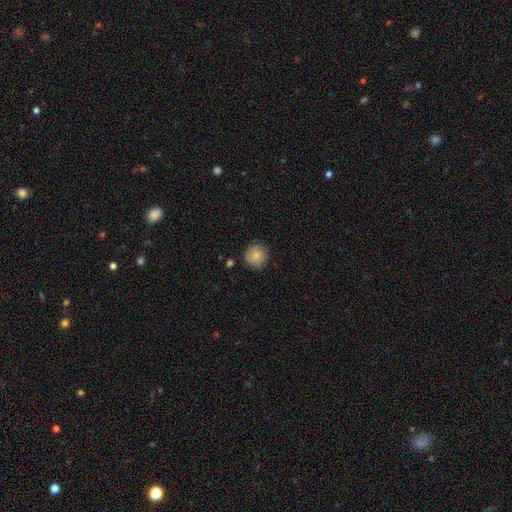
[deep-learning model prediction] smooth_or_featured: smooth (p=0.82) [alt: featured or disk p=0.10]
how_rounded: round (p=0.93) [alt: in between p=0.06]
merging: none (p=0.82) [alt: minor disturbance p=0.13]